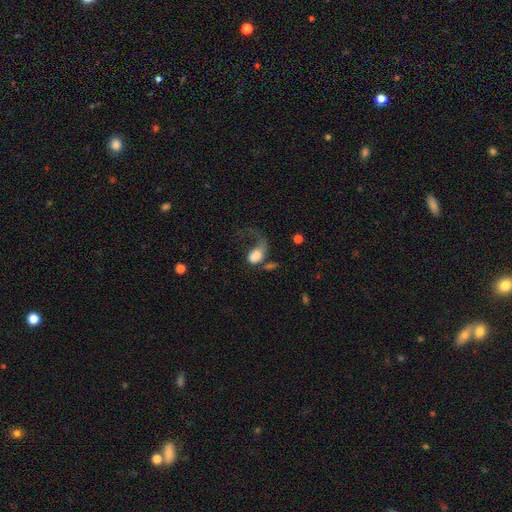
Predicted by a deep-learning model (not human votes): smooth_or_featured: smooth (p=0.58) [alt: featured or disk p=0.33]
how_rounded: in between (p=0.75) [alt: round p=0.23]
merging: major disturbance (p=0.60) [alt: none p=0.17]